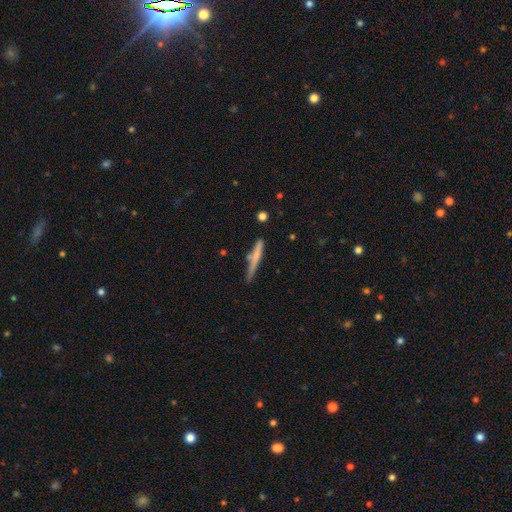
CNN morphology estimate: Smooth or featured? Predicted: smooth (p=0.58). How rounded? Predicted: cigar-shaped (p=0.94). Merging? Predicted: none (p=0.66).